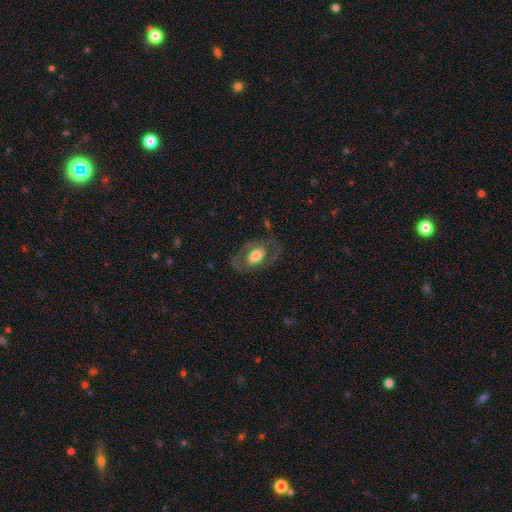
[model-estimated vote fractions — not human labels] Q: Smooth or featured?
A: featured or disk (52%); runner-up: smooth (42%)
Q: Edge-on disk?
A: no (92%); runner-up: yes (8%)
Q: Merging?
A: none (73%); runner-up: minor disturbance (15%)